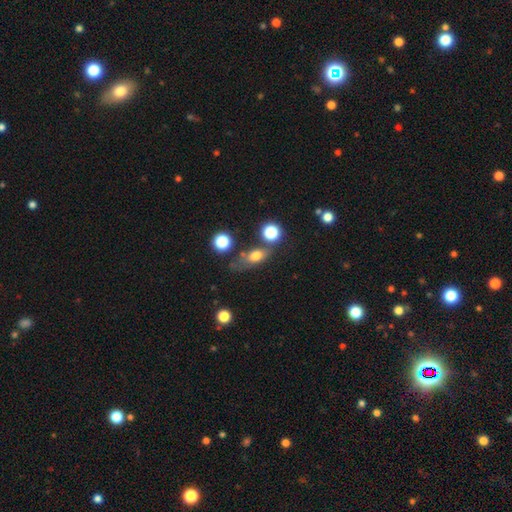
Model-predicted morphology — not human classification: Smooth or featured? Predicted: smooth (p=0.70). How rounded? Predicted: in between (p=0.65). Merging? Predicted: none (p=0.54).